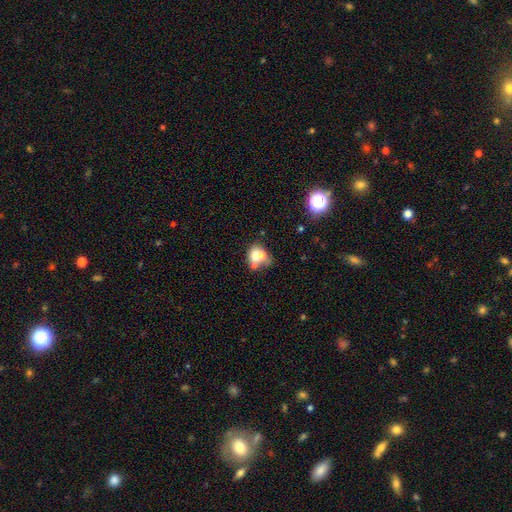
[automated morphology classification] This is likely a smooth galaxy (61%). How rounded: possibly round (57%). Merging: possibly merger (58%).